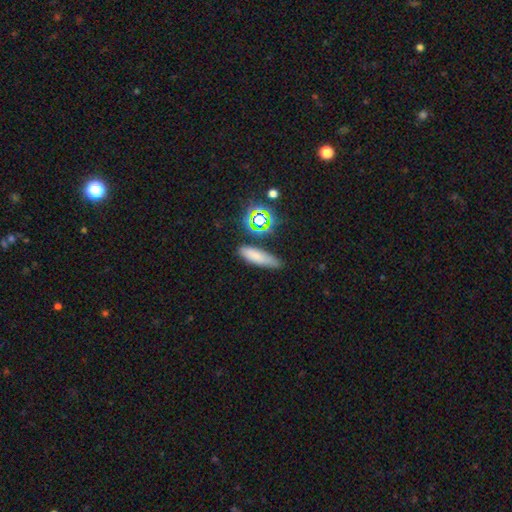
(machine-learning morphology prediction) Smooth or featured? smooth (72%)
How rounded? cigar-shaped (58%)
Merging? none (76%)